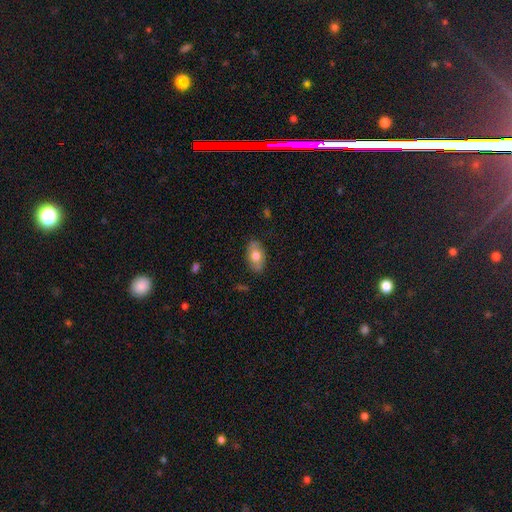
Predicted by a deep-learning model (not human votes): A smooth galaxy with no disk features (68%) that is in between round and cigar-shaped (92%).

Vote fractions:
- Smooth or featured? smooth: 68% / featured or disk: 26% / star or artifact: 6%
- How rounded? in between: 92% / round: 7% / cigar-shaped: 2%
- Merging? none: 82% / minor disturbance: 14% / major disturbance: 3% / merger: 1%